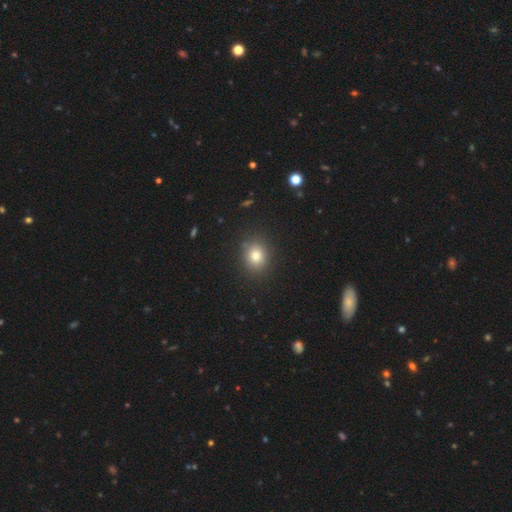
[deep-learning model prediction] Smooth or featured? Predicted: smooth (p=0.79). How rounded? Predicted: round (p=0.68). Merging? Predicted: none (p=0.88).